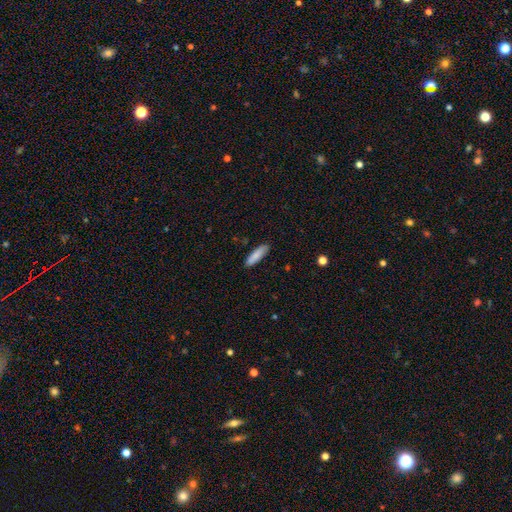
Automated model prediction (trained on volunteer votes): smooth_or_featured: smooth (p=0.84) [alt: featured or disk p=0.10]
how_rounded: cigar-shaped (p=0.61) [alt: in between p=0.37]
merging: none (p=0.88) [alt: minor disturbance p=0.09]